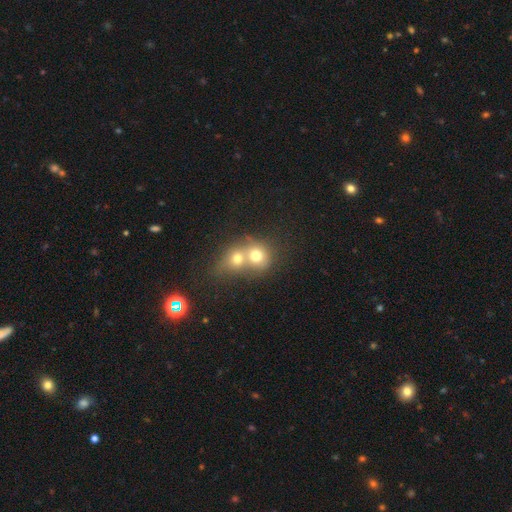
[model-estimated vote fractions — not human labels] This is likely a smooth galaxy (70%). How rounded: likely round (76%). Merging: likely merger (69%).